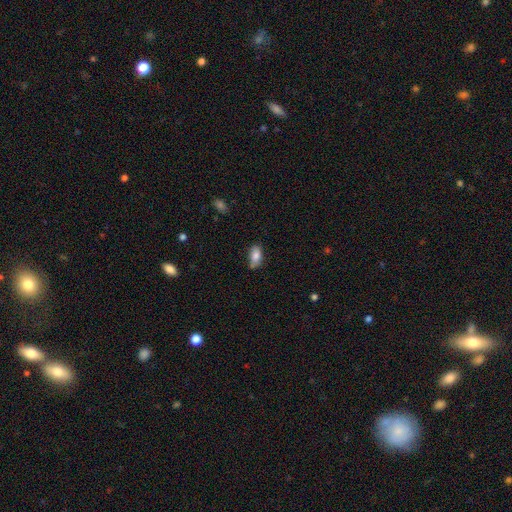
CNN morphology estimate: This appears to be a smooth galaxy with no disk features (81%) that is in between round and cigar-shaped (89%). Merging: none (61%).